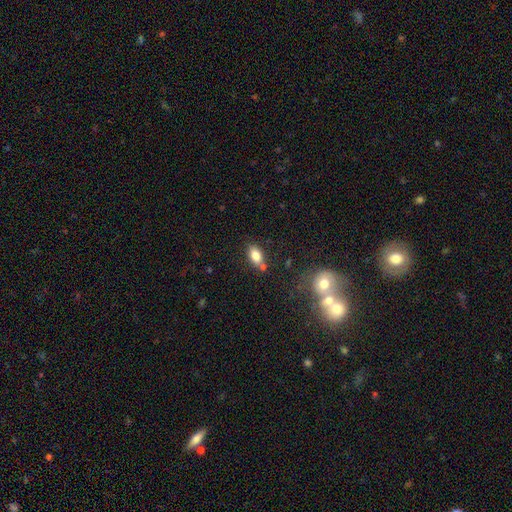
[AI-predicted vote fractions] A smooth galaxy with no disk features (82%) that is in between round and cigar-shaped (87%). Merging: none (70%).